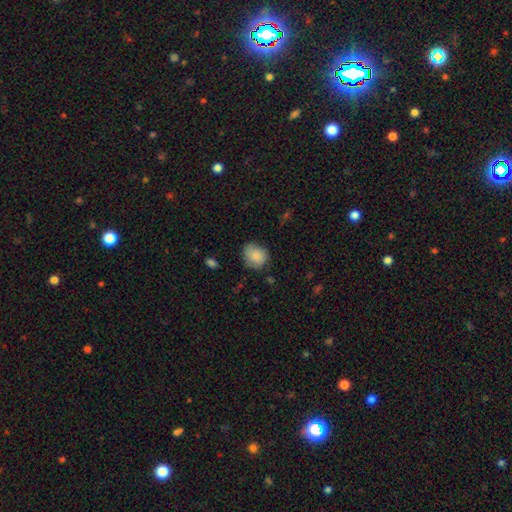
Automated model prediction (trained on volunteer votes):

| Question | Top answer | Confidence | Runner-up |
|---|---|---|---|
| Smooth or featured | smooth | 83% | featured or disk (10%) |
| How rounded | round | 71% | in between (28%) |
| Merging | none | 71% | minor disturbance (23%) |